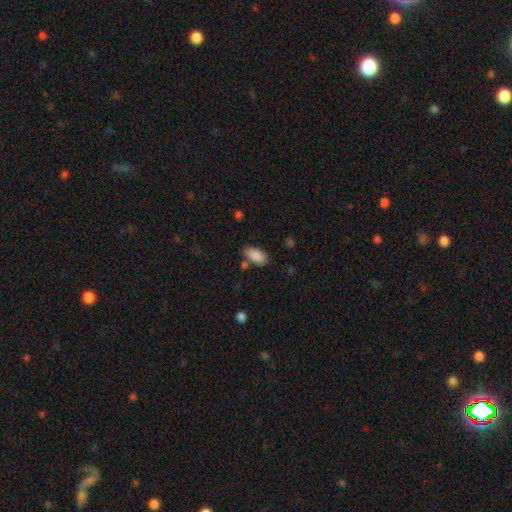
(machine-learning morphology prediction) type=smooth (88%); roundness=in between (93%); merging=none (73%).